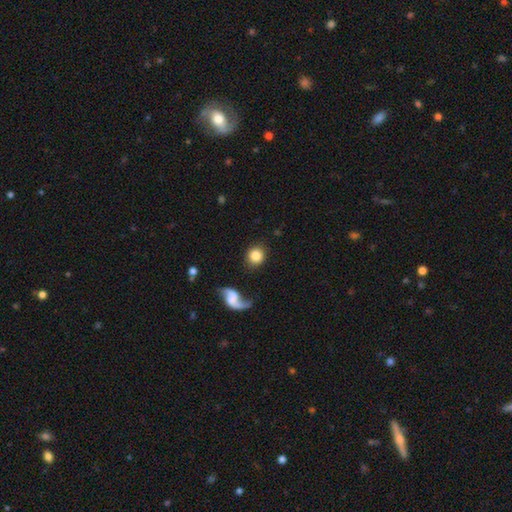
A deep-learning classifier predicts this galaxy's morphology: smooth_or_featured: smooth (p=0.78) [alt: featured or disk p=0.14]
how_rounded: round (p=0.90) [alt: in between p=0.09]
merging: none (p=0.83) [alt: minor disturbance p=0.08]